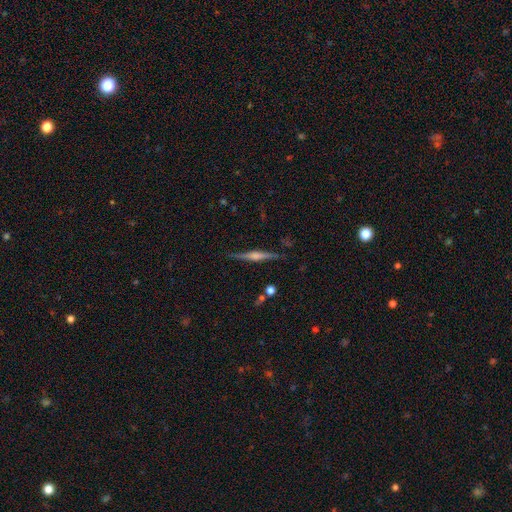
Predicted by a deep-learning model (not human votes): Smooth or featured?
  - featured or disk: 83% *
  - smooth: 11%
  - star or artifact: 6%
Edge-on disk?
  - yes: 98% *
  - no: 2%
Edge-on bulge?
  - rounded: 77% *
  - boxy: 16%
  - none: 7%
Merging?
  - none: 91% *
  - minor disturbance: 7%
  - major disturbance: 1%
  - merger: 1%